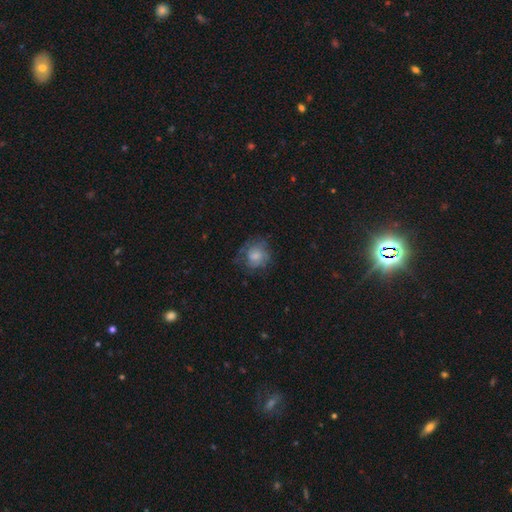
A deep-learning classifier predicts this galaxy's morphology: A smooth galaxy with no disk features (60%) that is round (78%).

Vote fractions:
- Smooth or featured? smooth: 60% / featured or disk: 30% / star or artifact: 10%
- How rounded? round: 78% / in between: 22% / cigar-shaped: 1%
- Merging? none: 58% / minor disturbance: 23% / major disturbance: 17% / merger: 1%